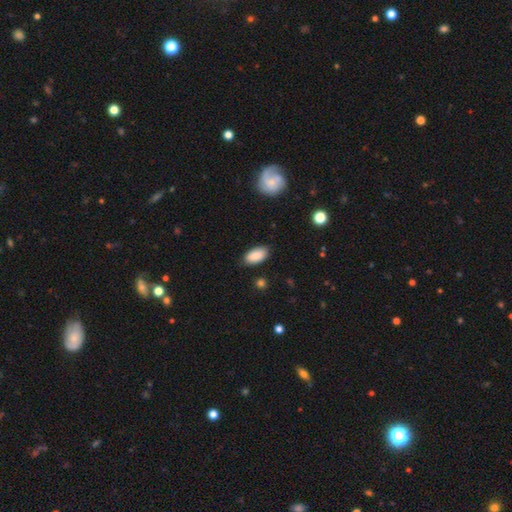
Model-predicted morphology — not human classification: Overall: smooth (87%). How rounded: in between (94%). Merging: none (84%).